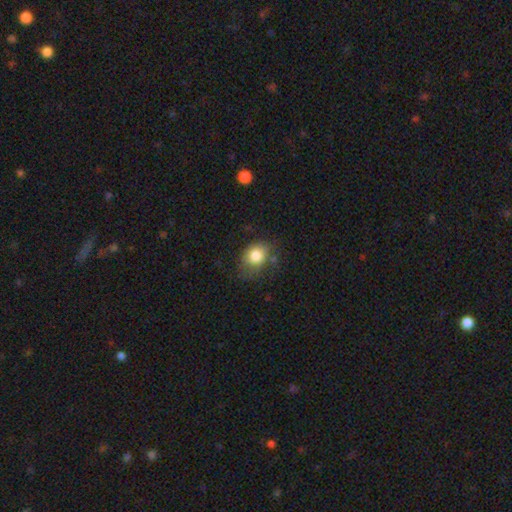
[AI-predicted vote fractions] Smooth or featured? Predicted: smooth (p=0.81). How rounded? Predicted: round (p=0.50). Merging? Predicted: none (p=0.55).